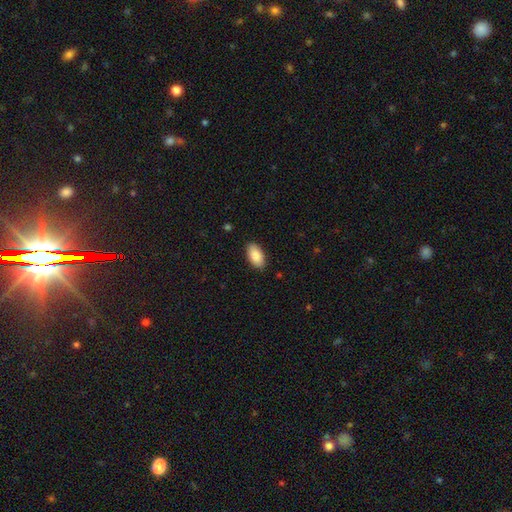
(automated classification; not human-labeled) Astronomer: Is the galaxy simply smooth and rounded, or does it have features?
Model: smooth — 88%.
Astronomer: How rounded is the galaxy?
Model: in between — 95%.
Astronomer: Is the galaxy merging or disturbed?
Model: none — 88%.